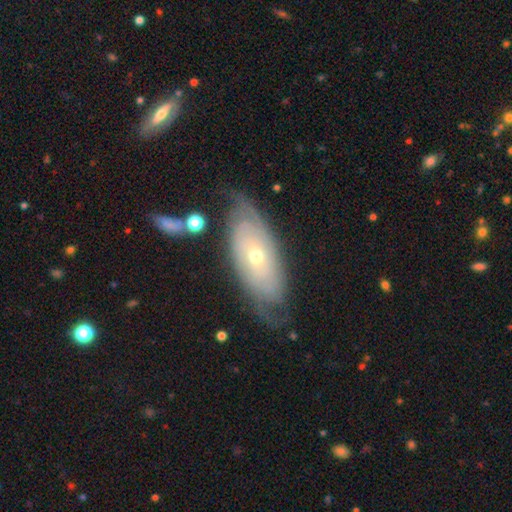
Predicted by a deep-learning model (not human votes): featured or disk 70%, smooth 22%, star or artifact 7%. Down the decision tree: edge-on disk — no (88%); bar — no (84%); spiral arms — yes (78%); bulge size — small (58%); merging — none (70%).